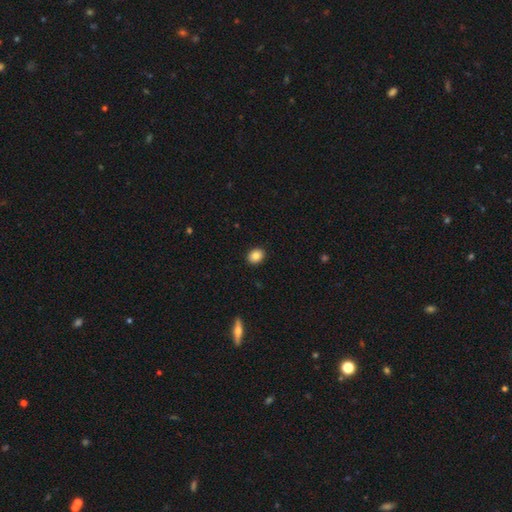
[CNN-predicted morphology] Overall: smooth (85%). How rounded: in between (52%; round 47%). Merging: none (91%).